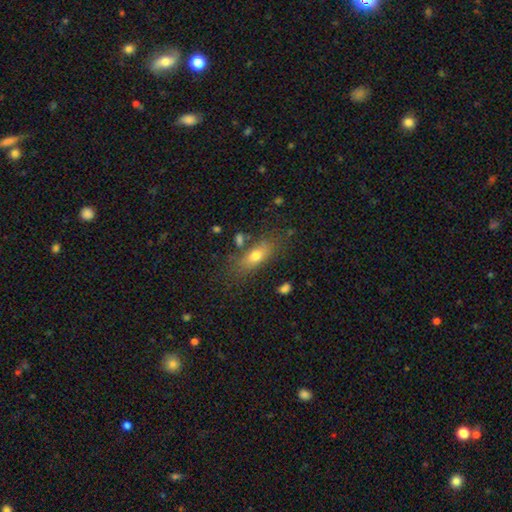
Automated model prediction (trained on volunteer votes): Smooth or featured?
  - smooth: 70% *
  - featured or disk: 20%
  - star or artifact: 9%
How rounded?
  - in between: 71% *
  - cigar-shaped: 23%
  - round: 6%
Merging?
  - none: 71% *
  - minor disturbance: 16%
  - merger: 7%
  - major disturbance: 6%